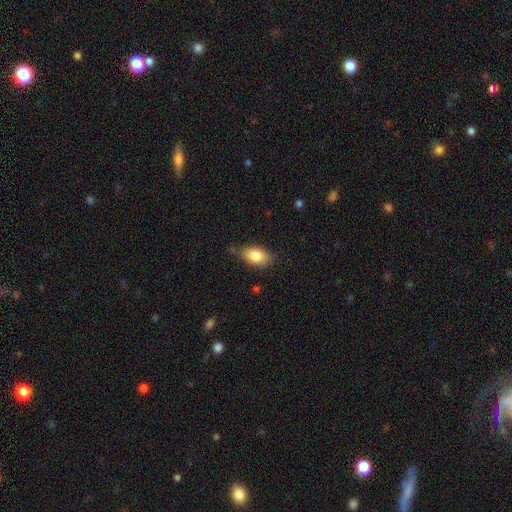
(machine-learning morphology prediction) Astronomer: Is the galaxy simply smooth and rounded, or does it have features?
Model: smooth — 83%.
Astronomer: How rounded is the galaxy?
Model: in between — 89%.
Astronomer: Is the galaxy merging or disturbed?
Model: none — 75%.